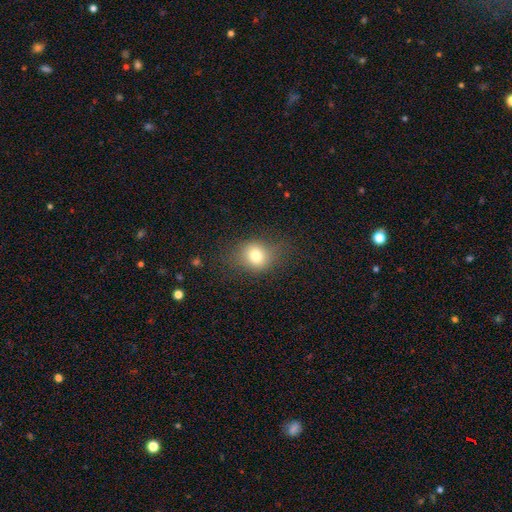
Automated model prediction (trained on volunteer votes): smooth-or-featured: smooth: 76% | star or artifact: 13% | featured or disk: 12%
  how-rounded: round: 67% | in between: 32% | cigar-shaped: 1%
  merging: none: 74% | minor disturbance: 17% | major disturbance: 8% | merger: 1%